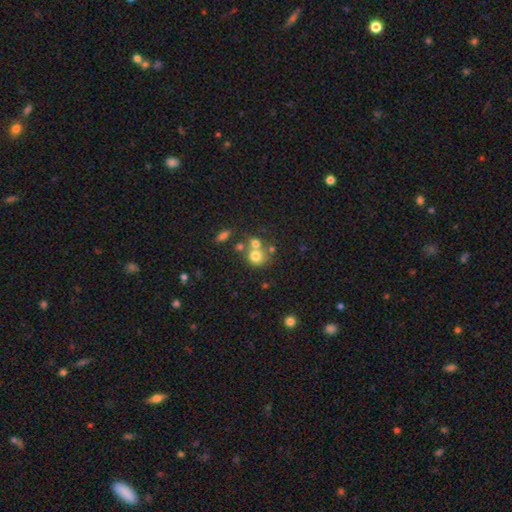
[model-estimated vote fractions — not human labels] The model was most divided on "merging": merger: 45%, none: 41%, minor disturbance: 9%, major disturbance: 5%. More confident: how rounded — round (80%); smooth or featured — smooth (70%).